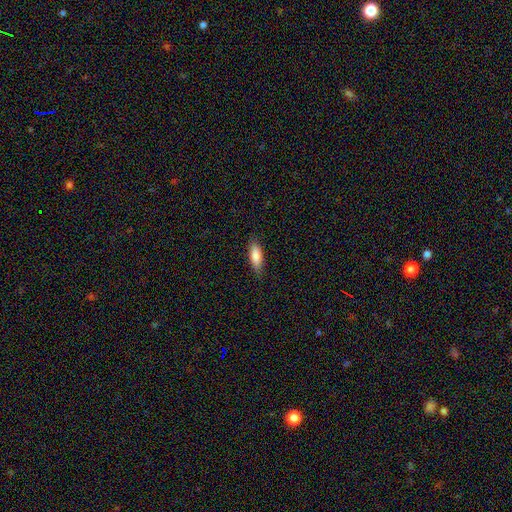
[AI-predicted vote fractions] Q: Smooth or featured?
A: smooth (84%); runner-up: featured or disk (10%)
Q: How rounded?
A: in between (63%); runner-up: cigar-shaped (35%)
Q: Merging?
A: none (84%); runner-up: minor disturbance (12%)